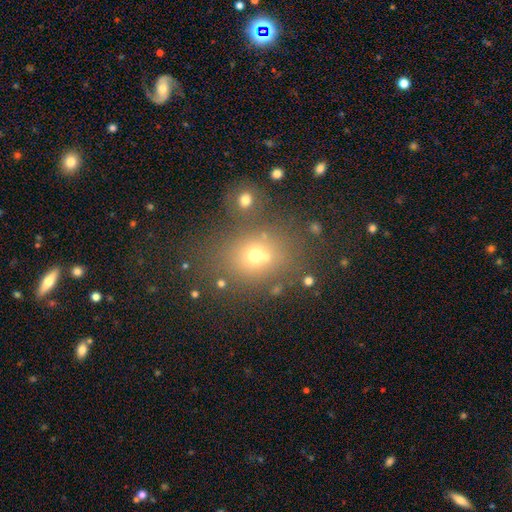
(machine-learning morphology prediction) smooth 57%, star or artifact 28%, featured or disk 15%. Down the decision tree: how rounded — round (55%); merging — none (67%).